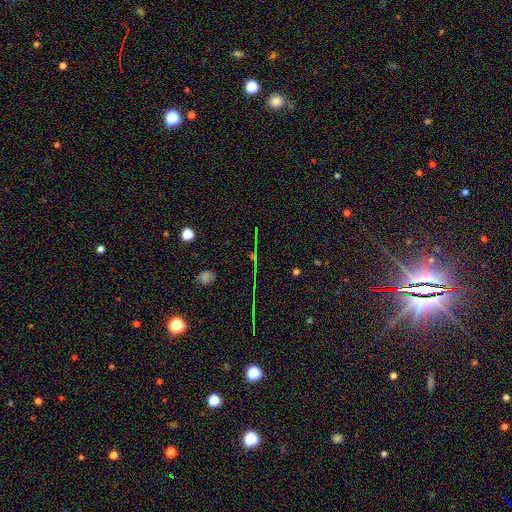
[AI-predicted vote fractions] smooth-or-featured: star or artifact: 81% | smooth: 10% | featured or disk: 9%